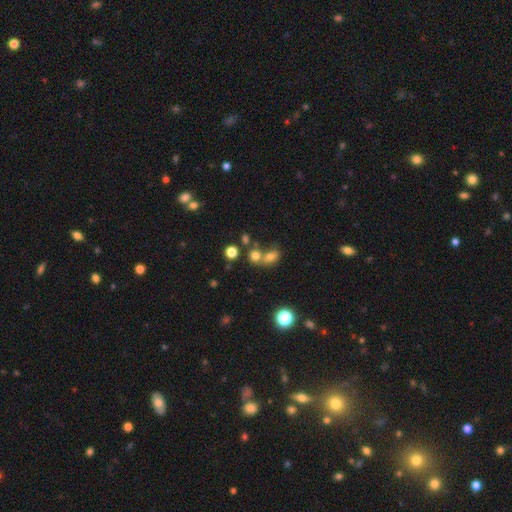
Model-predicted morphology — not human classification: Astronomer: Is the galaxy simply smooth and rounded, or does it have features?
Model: smooth — 71%.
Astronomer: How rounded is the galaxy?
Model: round — 62%.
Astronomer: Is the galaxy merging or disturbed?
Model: merger — 48% (runner-up: none, 39%).